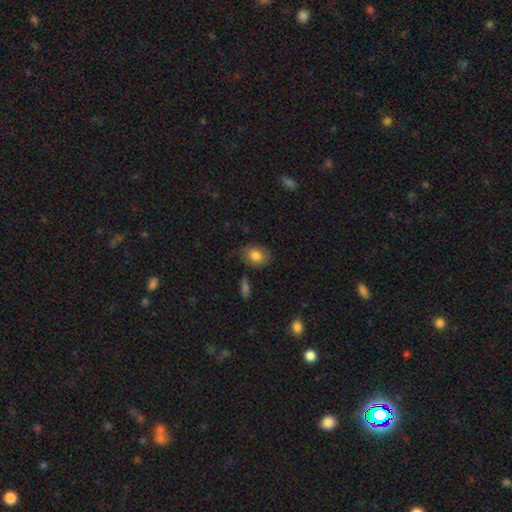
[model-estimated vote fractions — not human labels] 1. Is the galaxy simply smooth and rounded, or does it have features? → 80% smooth, 12% featured or disk, 8% star or artifact.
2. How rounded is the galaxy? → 66% in between, 32% round, 1% cigar-shaped.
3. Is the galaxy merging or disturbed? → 77% none, 17% minor disturbance, 4% major disturbance, 2% merger.